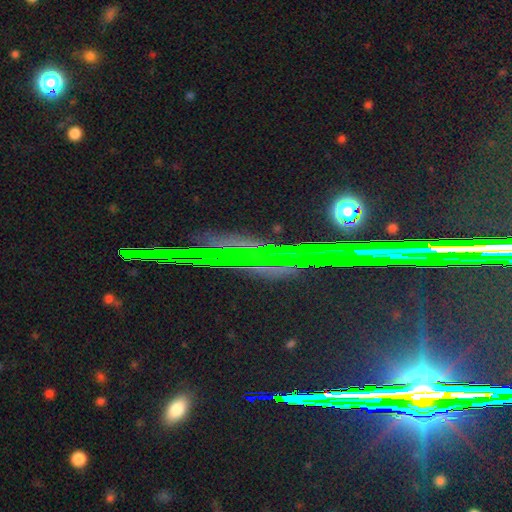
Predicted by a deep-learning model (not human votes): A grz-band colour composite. It shows a star or artifact, not a galaxy (60%).